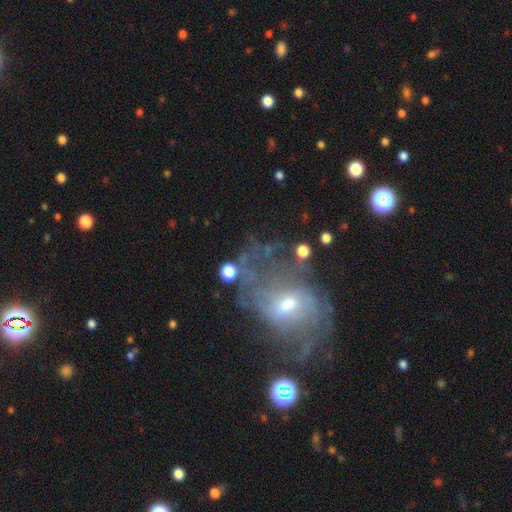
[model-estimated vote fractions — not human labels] The model was most divided on "spiral winding": medium: 38%, tight: 33%, loose: 29%. Remaining: edge-on disk — no (95%); spiral arms — yes (78%); smooth or featured — featured or disk (72%); merging — none (53%); bulge size — moderate (51%); bar — weak (50%); spiral arm count — can't tell (47%).